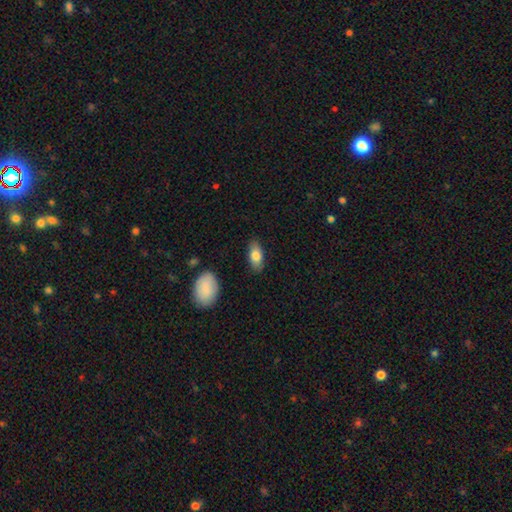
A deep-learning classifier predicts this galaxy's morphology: Smooth or featured? smooth (79%)
How rounded? in between (89%)
Merging? none (85%)